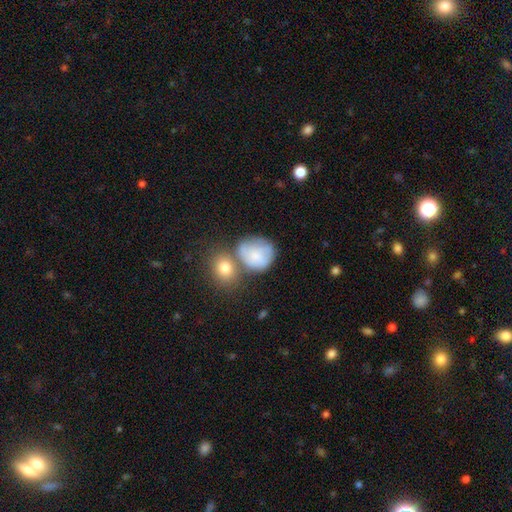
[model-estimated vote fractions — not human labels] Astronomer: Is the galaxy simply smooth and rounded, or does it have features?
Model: smooth — 65%.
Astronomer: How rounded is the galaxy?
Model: round — 68%.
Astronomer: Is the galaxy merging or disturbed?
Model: none — 38% (runner-up: merger, 27%).